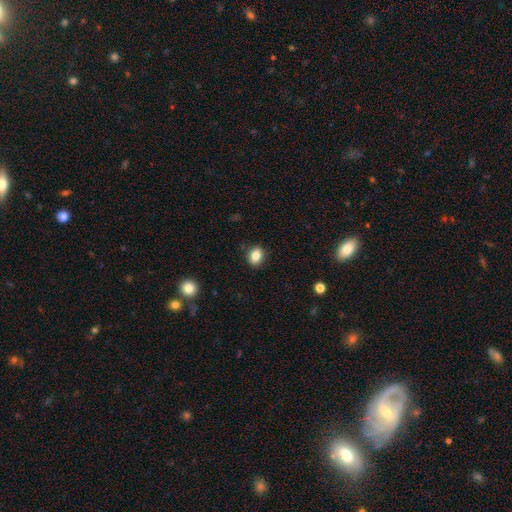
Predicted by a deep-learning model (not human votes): A smooth galaxy with no disk features (84%) that is in between round and cigar-shaped (56%).

Vote fractions:
- Smooth or featured? smooth: 84% / star or artifact: 9% / featured or disk: 6%
- How rounded? in between: 56% / round: 43% / cigar-shaped: 1%
- Merging? none: 88% / minor disturbance: 9% / major disturbance: 2% / merger: 1%